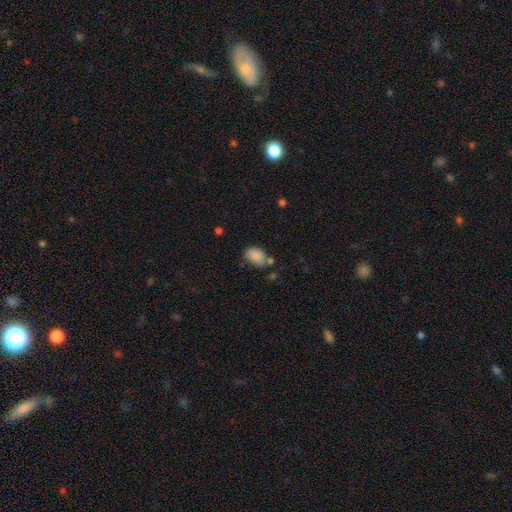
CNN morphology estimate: type=smooth (87%); roundness=in between (76%); merging=none (64%).